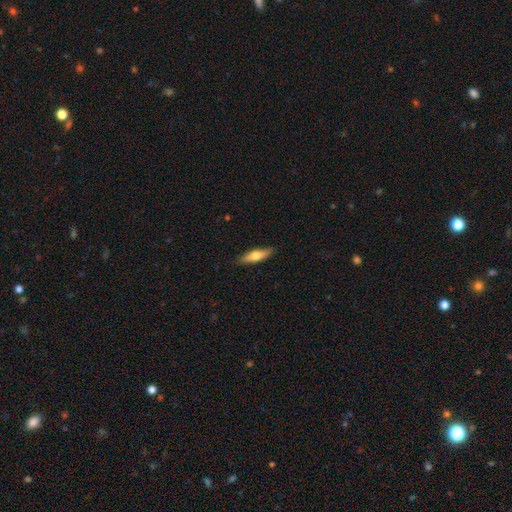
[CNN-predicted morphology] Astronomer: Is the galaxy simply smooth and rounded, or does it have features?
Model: smooth — 58% (runner-up: featured or disk, 36%).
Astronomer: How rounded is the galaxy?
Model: cigar-shaped — 61%.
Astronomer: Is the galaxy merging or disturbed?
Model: none — 87%.